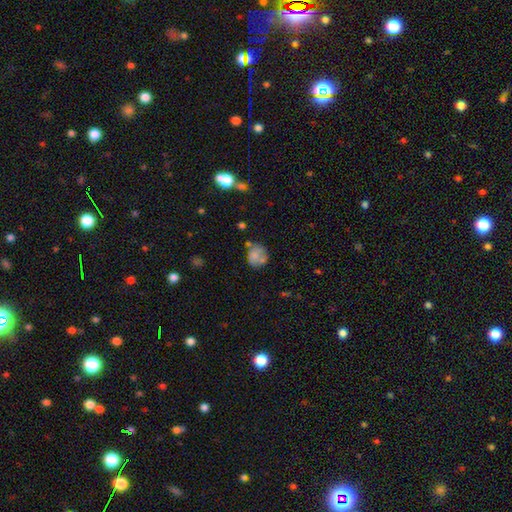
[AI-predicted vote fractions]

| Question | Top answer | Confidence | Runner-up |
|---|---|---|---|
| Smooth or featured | smooth | 71% | featured or disk (19%) |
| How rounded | round | 67% | in between (32%) |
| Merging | none | 49% | minor disturbance (23%) |